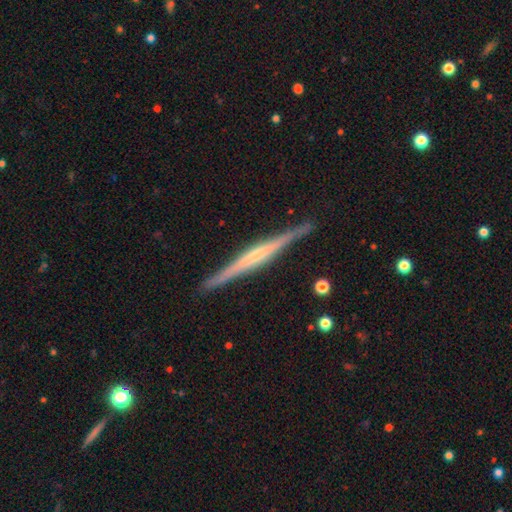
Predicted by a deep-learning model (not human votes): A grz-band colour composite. It shows a featured or disk galaxy (77%) viewed edge-on (98%) with a rounded central bulge (46%). Merging: none (89%).